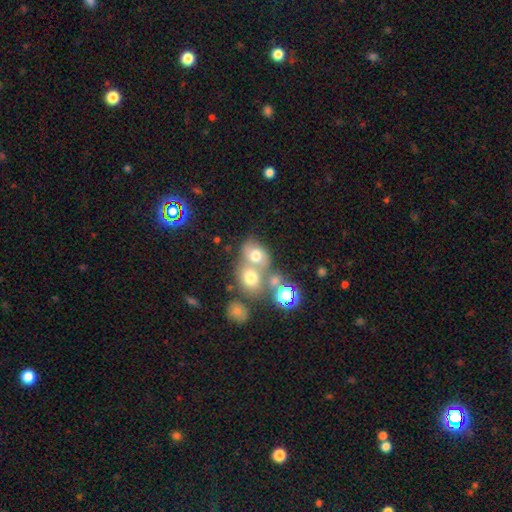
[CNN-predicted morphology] smooth-or-featured: smooth: 65% | featured or disk: 19% | star or artifact: 16%
  how-rounded: round: 54% | in between: 44% | cigar-shaped: 1%
  merging: merger: 51% | none: 33% | minor disturbance: 10% | major disturbance: 6%